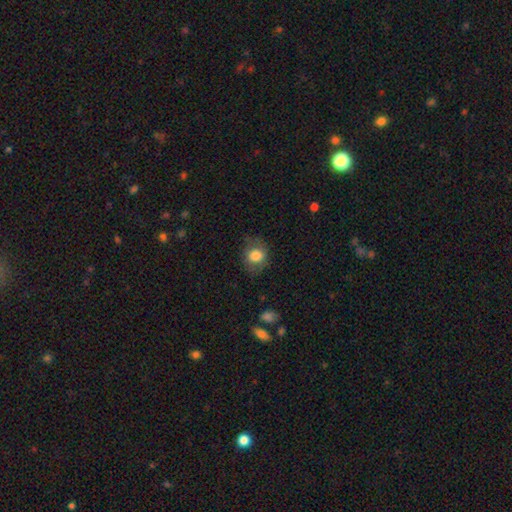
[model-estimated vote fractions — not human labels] This is likely a smooth galaxy (78%). How rounded: likely round (62%). Merging: likely none (70%).